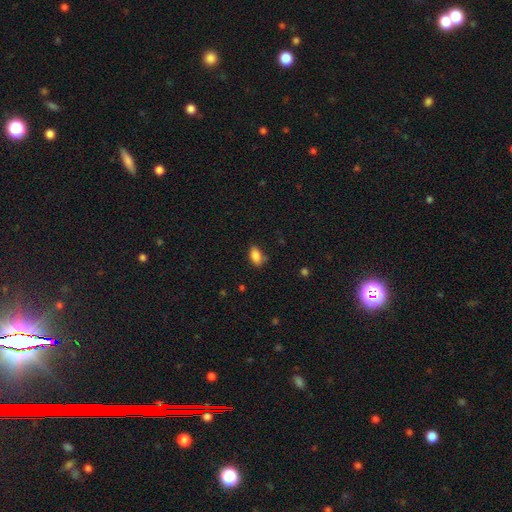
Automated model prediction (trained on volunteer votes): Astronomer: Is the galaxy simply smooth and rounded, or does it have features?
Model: smooth — 87%.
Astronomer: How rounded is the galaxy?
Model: in between — 88%.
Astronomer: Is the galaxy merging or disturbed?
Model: none — 71%.